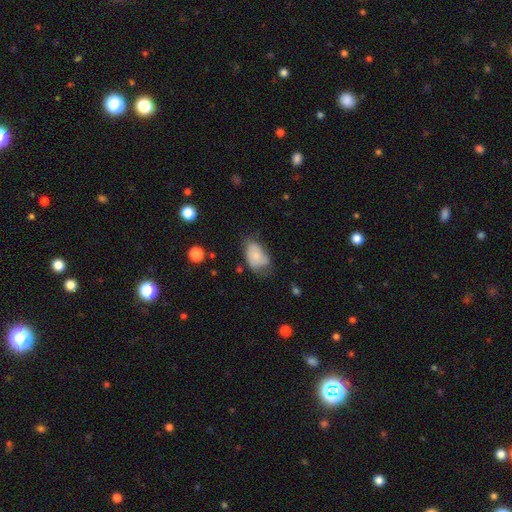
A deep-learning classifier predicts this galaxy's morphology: smooth-or-featured: smooth: 66% | featured or disk: 26% | star or artifact: 8%
  how-rounded: in between: 88% | round: 10% | cigar-shaped: 1%
  merging: minor disturbance: 40% | none: 38% | major disturbance: 19% | merger: 3%